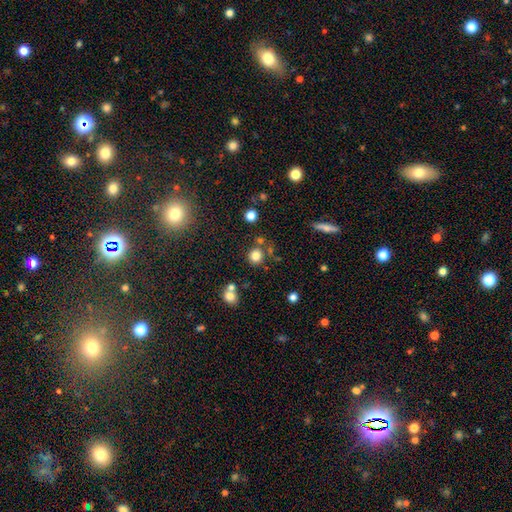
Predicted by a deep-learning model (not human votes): Smooth or featured? Predicted: smooth (p=0.80). How rounded? Predicted: round (p=0.86). Merging? Predicted: none (p=0.74).